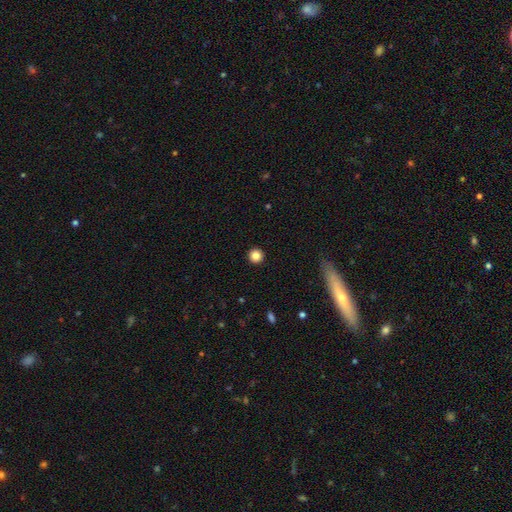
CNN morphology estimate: Overall: smooth (85%). How rounded: round (96%). Merging: none (93%).